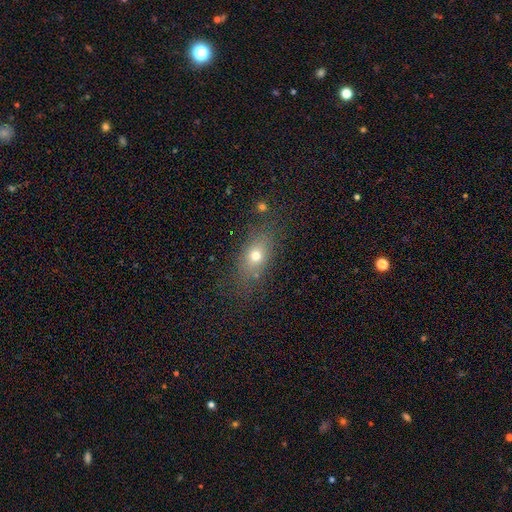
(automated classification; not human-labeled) A smooth galaxy with no disk features (70%) that is in between round and cigar-shaped (72%). Merging: none (76%).